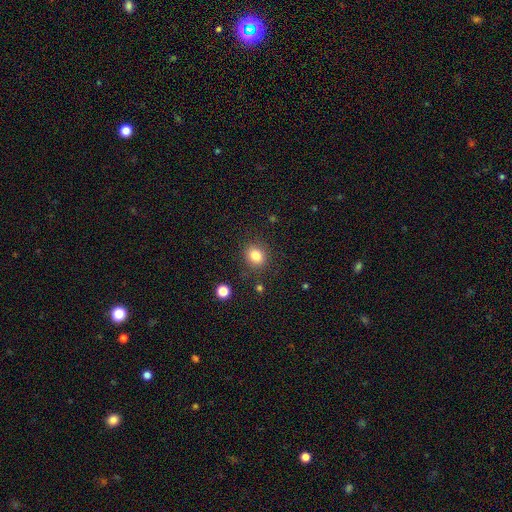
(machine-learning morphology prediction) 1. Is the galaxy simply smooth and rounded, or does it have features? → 83% smooth, 11% star or artifact, 6% featured or disk.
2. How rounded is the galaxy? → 65% round, 34% in between, 1% cigar-shaped.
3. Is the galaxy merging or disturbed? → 84% none, 10% minor disturbance, 3% major disturbance, 2% merger.